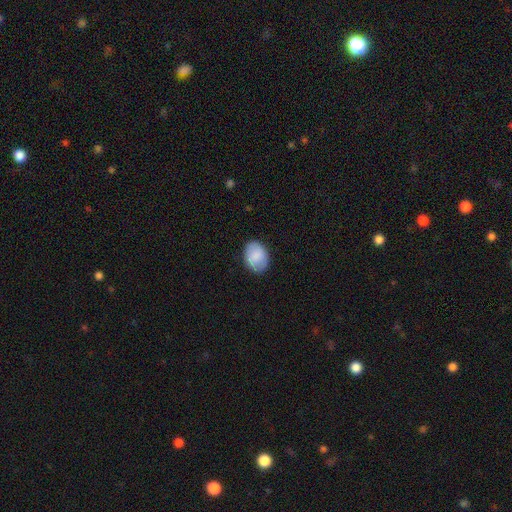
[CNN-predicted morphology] The model was most divided on "how rounded": in between: 76%, round: 23%, cigar-shaped: 1%. More confident: smooth or featured — smooth (82%); merging — none (82%).